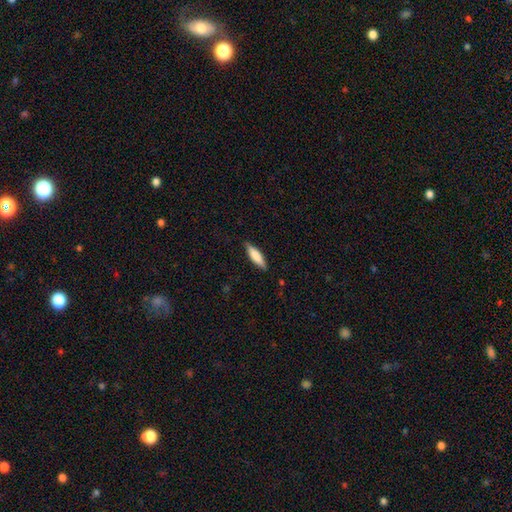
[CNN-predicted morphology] Smooth or featured? Predicted: smooth (p=0.76). How rounded? Predicted: cigar-shaped (p=0.61). Merging? Predicted: none (p=0.86).